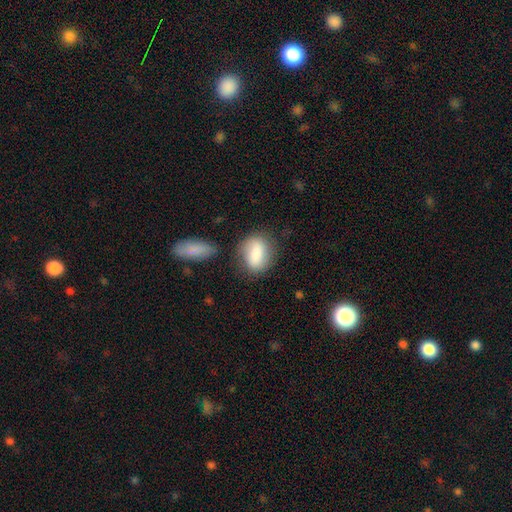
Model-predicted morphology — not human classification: The model was most divided on "merging": none: 65%, minor disturbance: 20%, merger: 8%, major disturbance: 7%. More confident: smooth or featured — smooth (80%); how rounded — in between (72%).